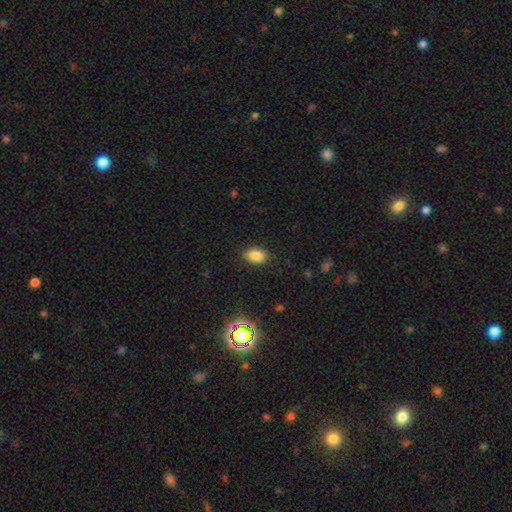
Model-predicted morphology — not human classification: Smooth or featured: smooth — 85% (star or artifact — 11%)
How rounded: in between — 88% (round — 10%)
Merging: none — 87% (minor disturbance — 9%)